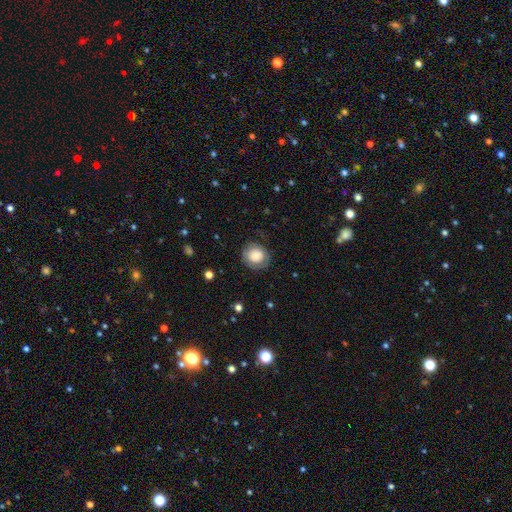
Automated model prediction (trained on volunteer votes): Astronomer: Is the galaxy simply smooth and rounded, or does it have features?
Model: smooth — 77%.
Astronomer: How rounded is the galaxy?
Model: round — 83%.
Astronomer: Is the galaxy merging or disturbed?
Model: none — 78%.